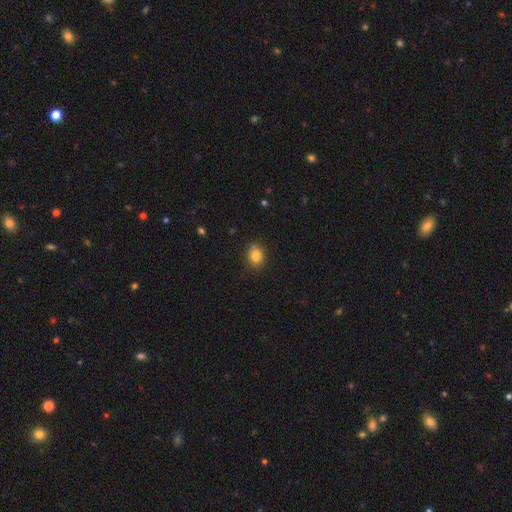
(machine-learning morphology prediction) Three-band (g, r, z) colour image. It shows a smooth galaxy with no disk features (83%) that is round (55%). Merging: none (79%).